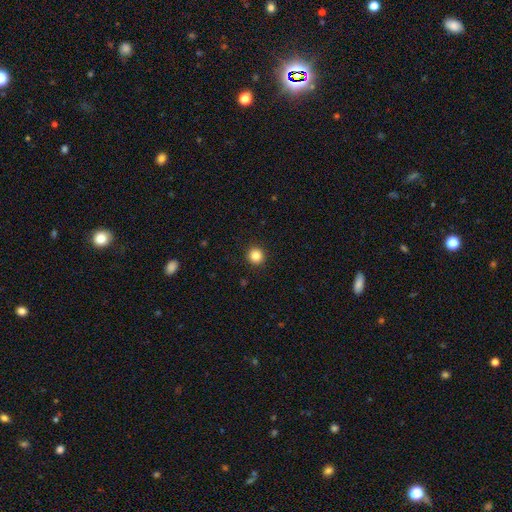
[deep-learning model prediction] Morphology: type=smooth (85%); roundness=round (94%); merging=none (93%).